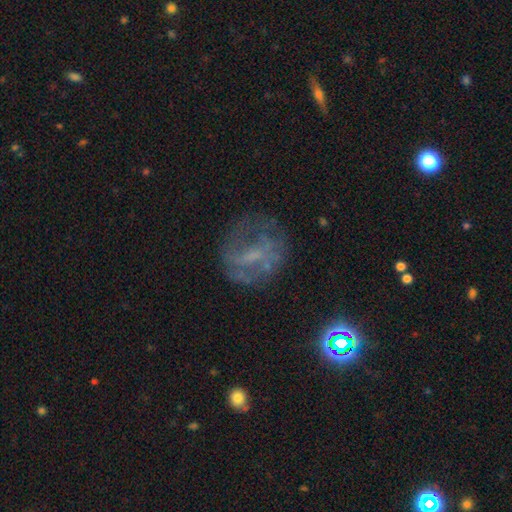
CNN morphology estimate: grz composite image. It shows a featured or disk galaxy (54%) with a weak bar (41%, tied with no), no spiral arms (53%) and no central bulge (40%). Merging: none (63%).